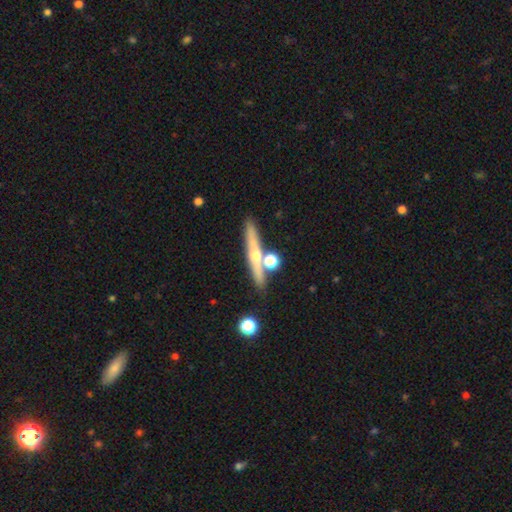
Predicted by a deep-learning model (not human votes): Morphology: type=featured or disk (57%); edge-on=yes (93%); edge-on bulge=rounded (86%); merging=none (75%).